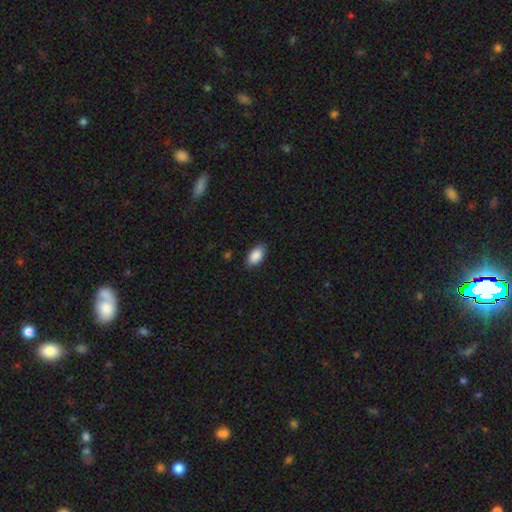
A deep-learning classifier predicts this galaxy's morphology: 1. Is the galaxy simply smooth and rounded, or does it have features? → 89% smooth, 7% star or artifact, 4% featured or disk.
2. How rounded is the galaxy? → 93% in between, 5% round, 2% cigar-shaped.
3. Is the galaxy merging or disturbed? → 85% none, 11% minor disturbance, 2% major disturbance, 1% merger.